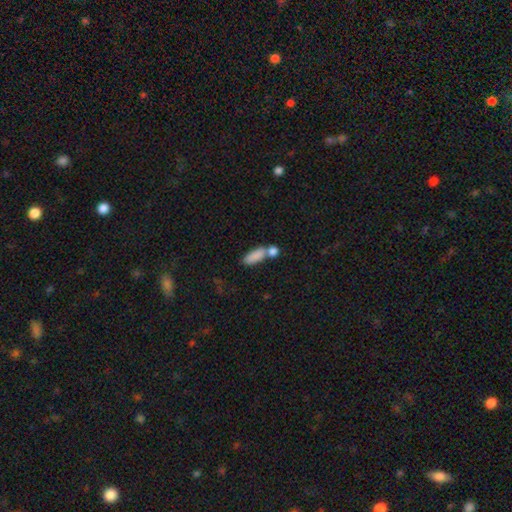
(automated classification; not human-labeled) The model was most divided on "merging": none: 43%, merger: 40%, minor disturbance: 12%, major disturbance: 5%. More confident: smooth or featured — smooth (83%); how rounded — in between (68%).